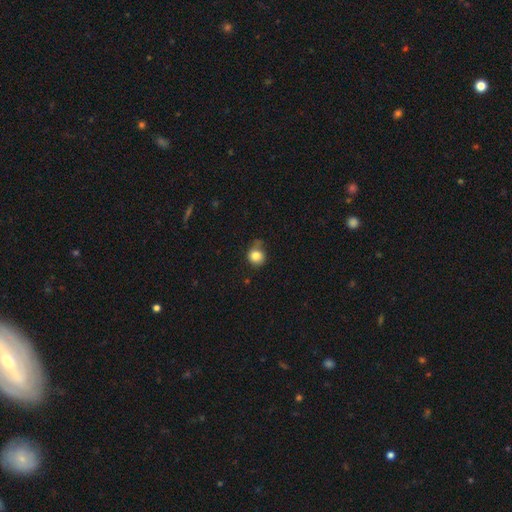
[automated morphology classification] smooth_or_featured: smooth (p=0.83) [alt: star or artifact p=0.10]
how_rounded: round (p=0.82) [alt: in between p=0.17]
merging: none (p=0.59) [alt: minor disturbance p=0.29]